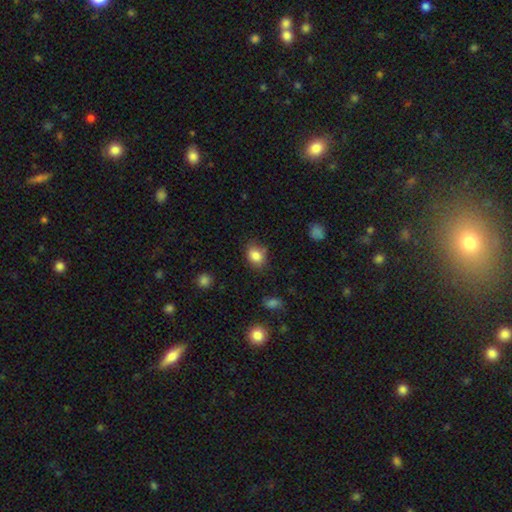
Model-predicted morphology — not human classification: smooth_or_featured: smooth (p=0.84) [alt: star or artifact p=0.10]
how_rounded: in between (p=0.51) [alt: round p=0.48]
merging: none (p=0.76) [alt: minor disturbance p=0.18]